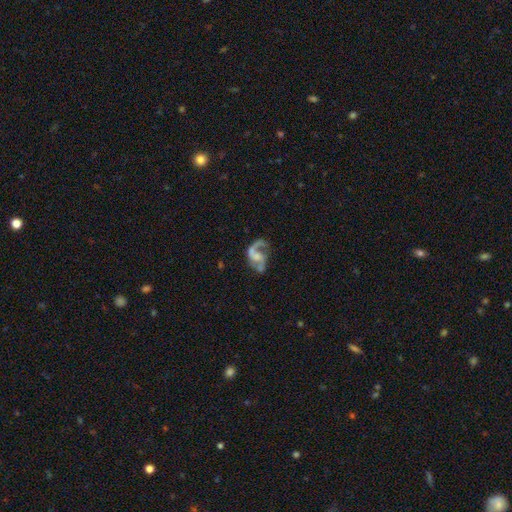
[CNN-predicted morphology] A featured or disk galaxy (84%) with no bar (50%), 2 (79%) loose (57%) spiral arms (92%) and no central bulge (39%). Merging: none (48%).